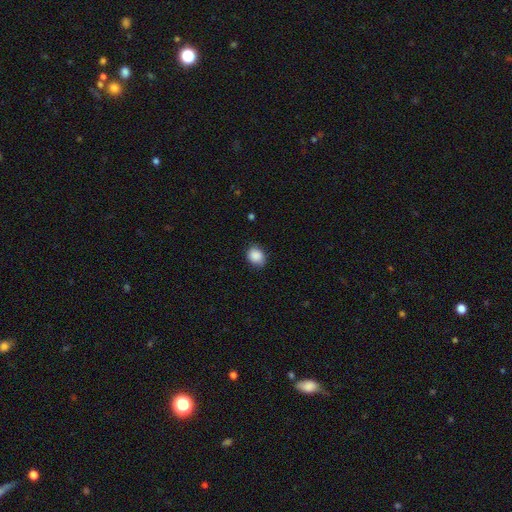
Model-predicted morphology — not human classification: Smooth or featured?
  - smooth: 88% *
  - star or artifact: 8%
  - featured or disk: 4%
How rounded?
  - round: 51% *
  - in between: 48%
  - cigar-shaped: 1%
Merging?
  - none: 76% *
  - minor disturbance: 20%
  - major disturbance: 3%
  - merger: 1%